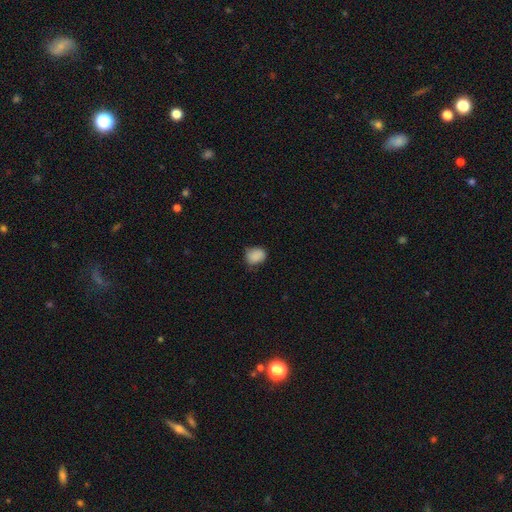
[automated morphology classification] This appears to be a smooth galaxy with no disk features (87%) that is in between round and cigar-shaped (52%). Merging: none (66%).